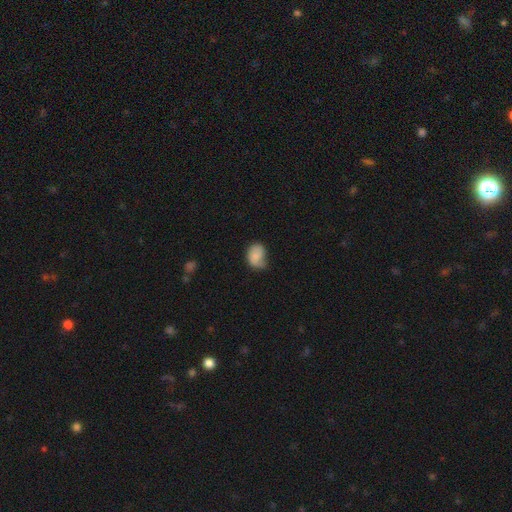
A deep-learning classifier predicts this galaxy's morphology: A smooth galaxy with no disk features (67%) that is in between round and cigar-shaped (65%). Merging: none (40%).